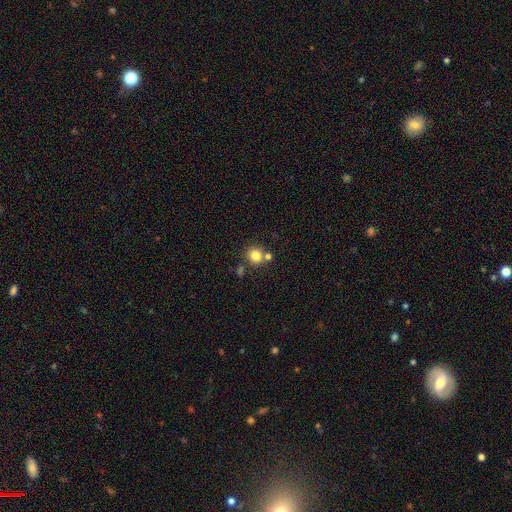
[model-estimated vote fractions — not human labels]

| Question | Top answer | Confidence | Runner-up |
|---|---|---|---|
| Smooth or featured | smooth | 81% | star or artifact (12%) |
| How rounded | round | 87% | in between (12%) |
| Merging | none | 70% | merger (17%) |